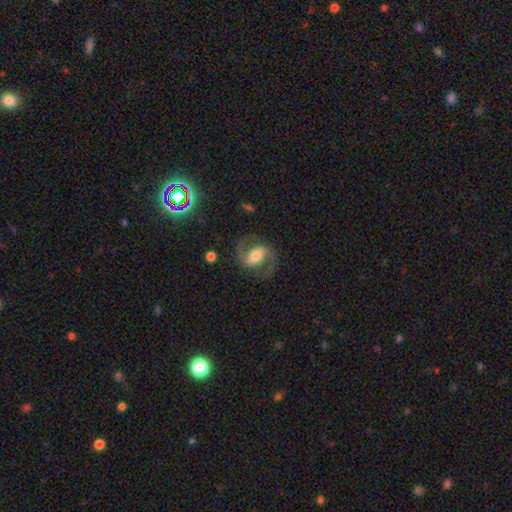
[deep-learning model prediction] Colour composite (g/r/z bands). It shows a featured or disk galaxy (84%) with a weak bar (41%), 2 (93%) medium (60%) spiral arms (95%) and a moderate central bulge (61%). Merging: none (79%).